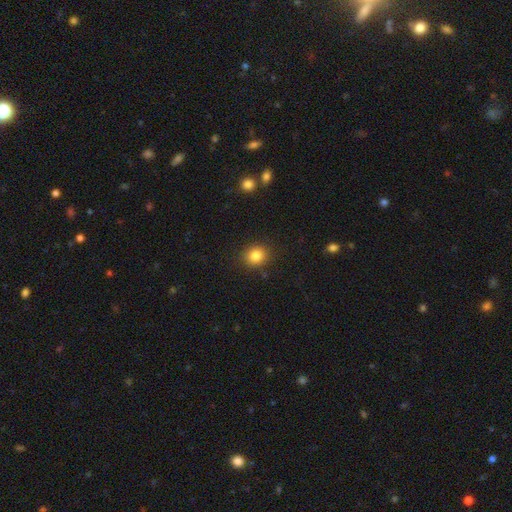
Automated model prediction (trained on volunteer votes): Q: Smooth or featured?
A: smooth (84%); runner-up: star or artifact (11%)
Q: How rounded?
A: round (81%); runner-up: in between (19%)
Q: Merging?
A: none (88%); runner-up: minor disturbance (8%)